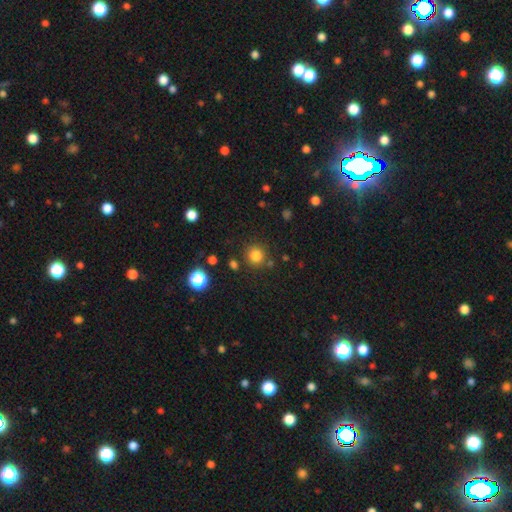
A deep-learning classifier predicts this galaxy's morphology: A smooth galaxy with no disk features (81%) that is round (92%).

Vote fractions:
- Smooth or featured? smooth: 81% / star or artifact: 14% / featured or disk: 5%
- How rounded? round: 92% / in between: 7% / cigar-shaped: 1%
- Merging? none: 84% / minor disturbance: 8% / merger: 5% / major disturbance: 3%